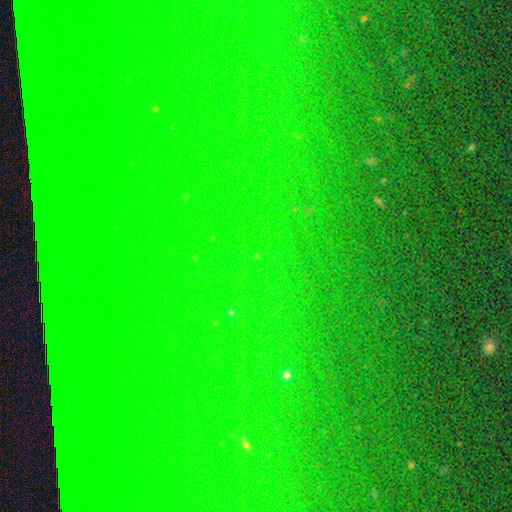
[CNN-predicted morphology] Q: Smooth or featured?
A: star or artifact (82%); runner-up: smooth (9%)